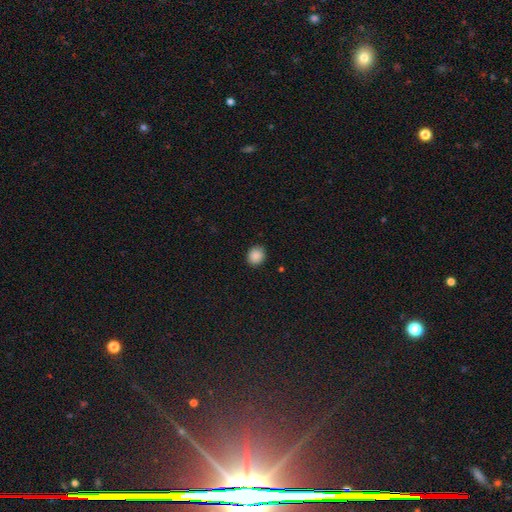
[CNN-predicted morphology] This appears to be a smooth galaxy with no disk features (88%) that is round (73%). Merging: none (88%).